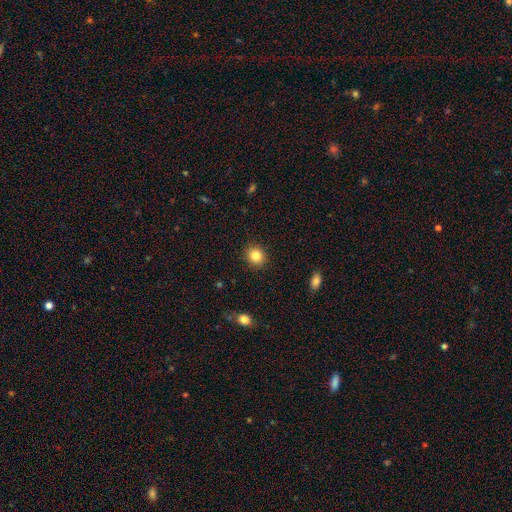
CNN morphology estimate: Smooth or featured?
  - smooth: 84% *
  - star or artifact: 10%
  - featured or disk: 6%
How rounded?
  - round: 77% *
  - in between: 22%
  - cigar-shaped: 1%
Merging?
  - none: 90% *
  - minor disturbance: 7%
  - major disturbance: 2%
  - merger: 1%